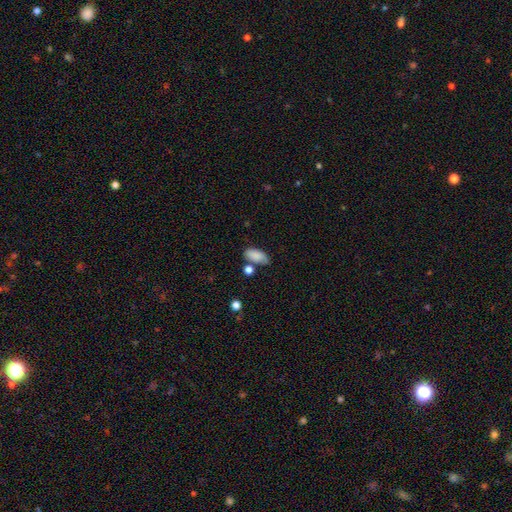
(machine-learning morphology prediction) Smooth or featured? smooth (85%)
How rounded? in between (91%)
Merging? none (61%)